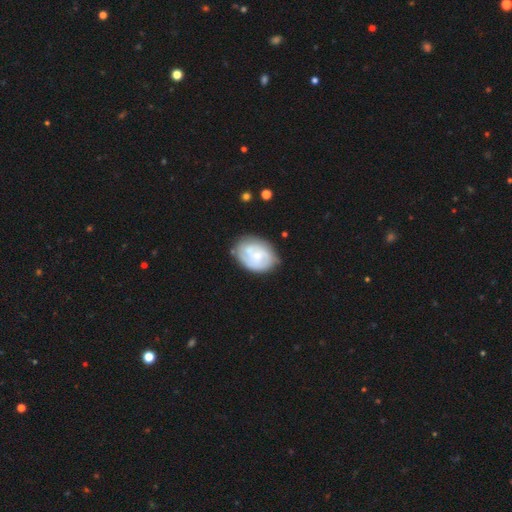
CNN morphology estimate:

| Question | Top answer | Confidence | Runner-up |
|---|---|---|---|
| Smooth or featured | featured or disk | 53% | smooth (40%) |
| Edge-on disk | no | 97% | yes (3%) |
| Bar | no | 68% | weak (27%) |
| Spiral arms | yes | 70% | no (30%) |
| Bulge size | small | 52% | moderate (28%) |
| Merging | none | 64% | minor disturbance (23%) |